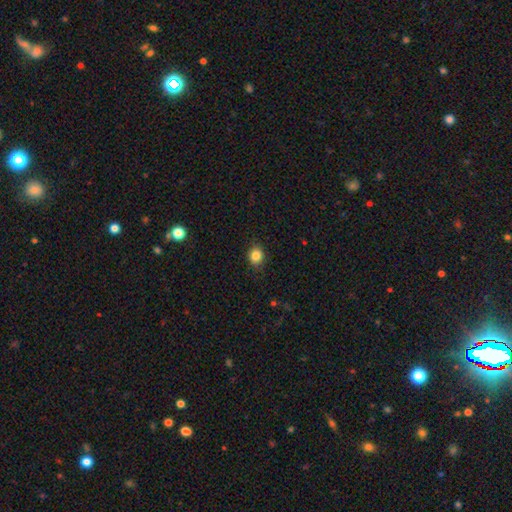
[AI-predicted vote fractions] Q: Smooth or featured?
A: smooth (83%); runner-up: star or artifact (11%)
Q: How rounded?
A: round (64%); runner-up: in between (35%)
Q: Merging?
A: none (84%); runner-up: minor disturbance (13%)